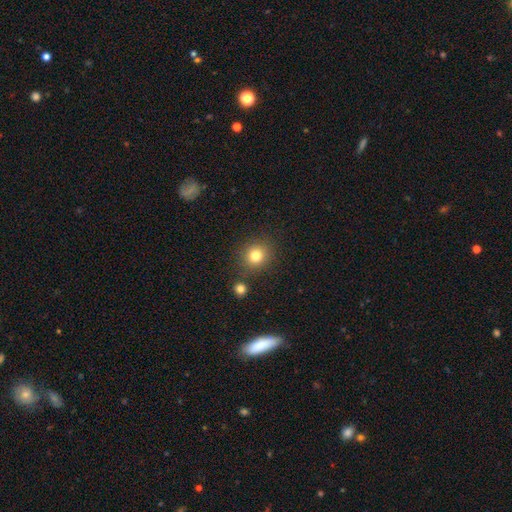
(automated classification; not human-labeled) smooth_or_featured: smooth (p=0.80) [alt: star or artifact p=0.13]
how_rounded: round (p=0.86) [alt: in between p=0.14]
merging: none (p=0.82) [alt: minor disturbance p=0.09]